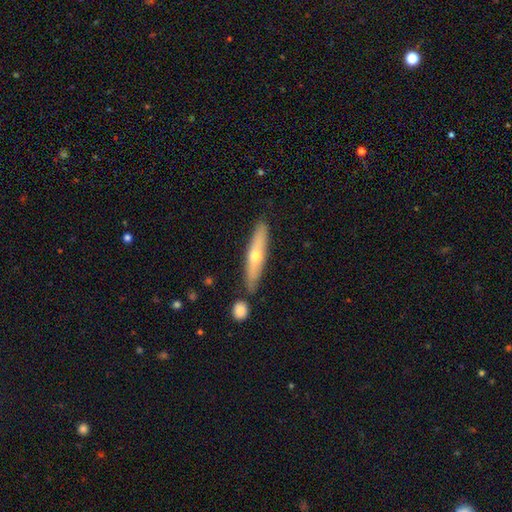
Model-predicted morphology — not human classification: featured or disk 50%, smooth 44%, star or artifact 6%. Down the decision tree: edge-on disk — yes (83%); merging — none (81%).